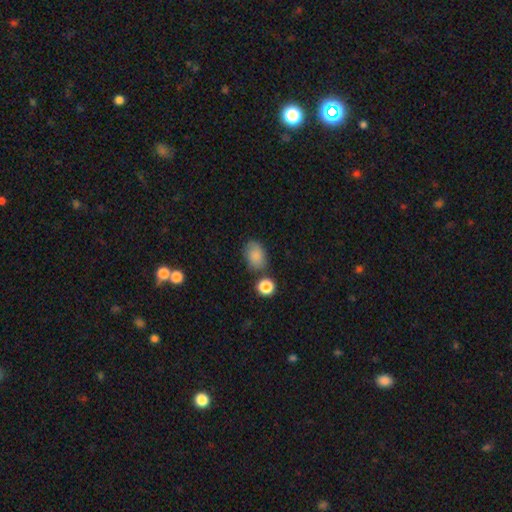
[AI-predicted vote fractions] Smooth or featured? Predicted: smooth (p=0.84). How rounded? Predicted: in between (p=0.79). Merging? Predicted: none (p=0.69).